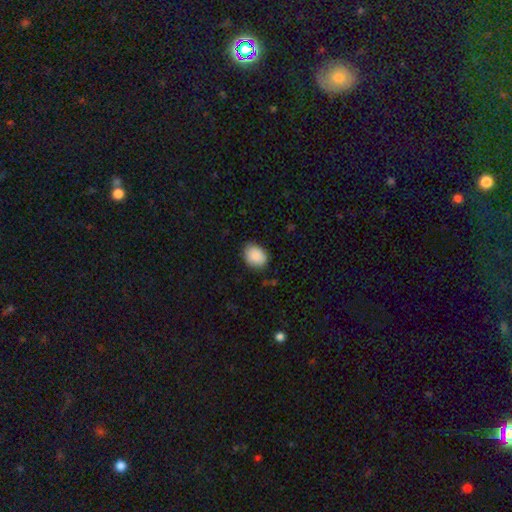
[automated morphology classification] smooth_or_featured: smooth (p=0.90) [alt: star or artifact p=0.07]
how_rounded: in between (p=0.60) [alt: round p=0.39]
merging: none (p=0.82) [alt: minor disturbance p=0.14]